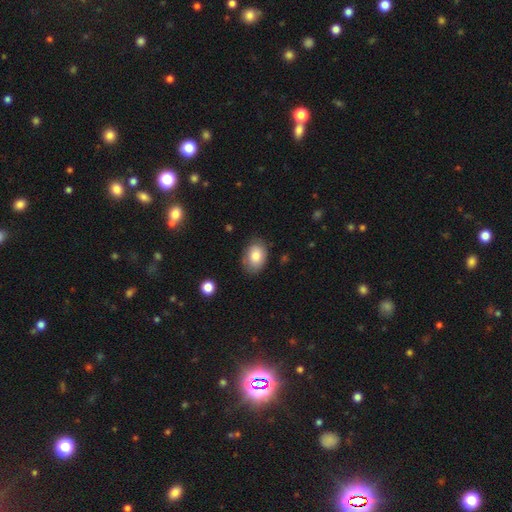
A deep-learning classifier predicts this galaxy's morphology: Smooth or featured? smooth (82%)
How rounded? in between (81%)
Merging? none (78%)